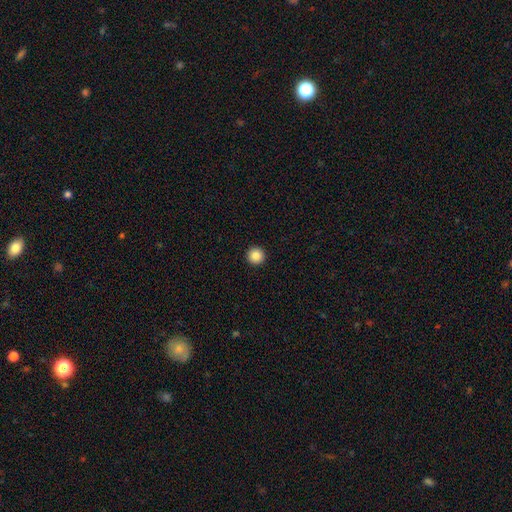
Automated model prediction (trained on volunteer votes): Smooth or featured?
  - smooth: 87% *
  - star or artifact: 10%
  - featured or disk: 3%
How rounded?
  - round: 97% *
  - in between: 2%
  - cigar-shaped: 1%
Merging?
  - none: 94% *
  - minor disturbance: 3%
  - major disturbance: 1%
  - merger: 1%